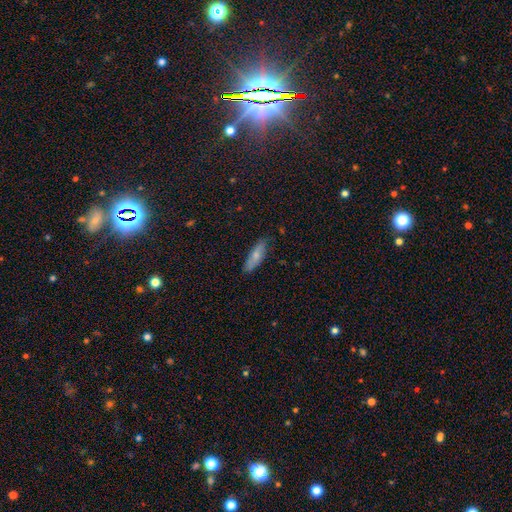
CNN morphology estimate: A smooth galaxy with no disk features (68%) that is cigar-shaped (51%).

Vote fractions:
- Smooth or featured? smooth: 68% / featured or disk: 25% / star or artifact: 6%
- How rounded? cigar-shaped: 51% / in between: 47% / round: 2%
- Merging? none: 78% / minor disturbance: 18% / major disturbance: 3% / merger: 1%